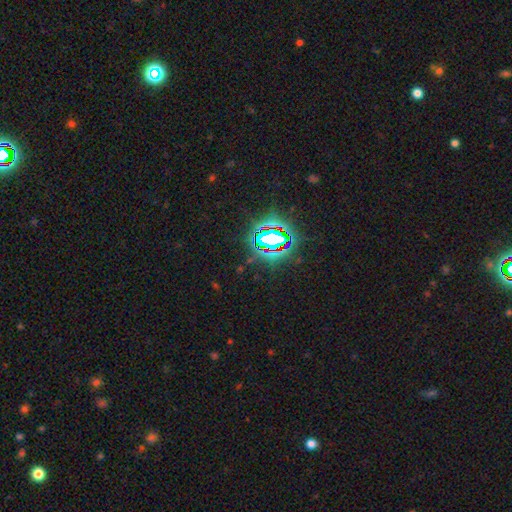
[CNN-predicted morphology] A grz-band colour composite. It shows a star or artifact, not a galaxy (81%).